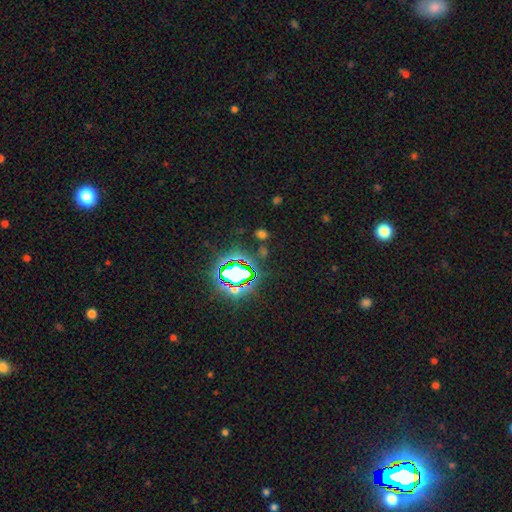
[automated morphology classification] type=star or artifact (82%).